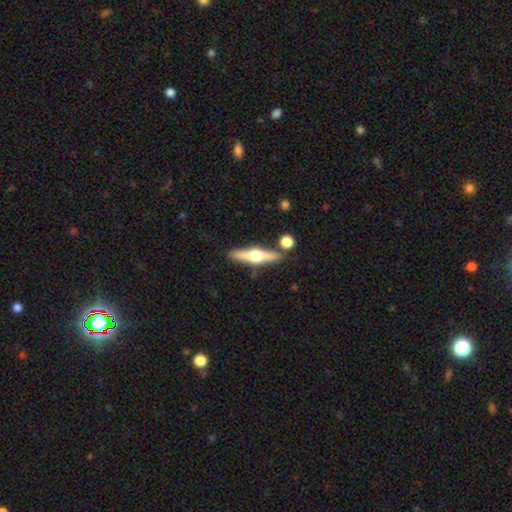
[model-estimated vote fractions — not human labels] A featured or disk galaxy (68%) viewed edge-on (96%) with a rounded central bulge (96%).

Vote fractions:
- Smooth or featured? featured or disk: 68% / smooth: 26% / star or artifact: 6%
- Edge-on disk? yes: 96% / no: 4%
- Edge-on bulge? rounded: 96% / boxy: 3% / none: 2%
- Merging? none: 83% / minor disturbance: 9% / merger: 6% / major disturbance: 2%